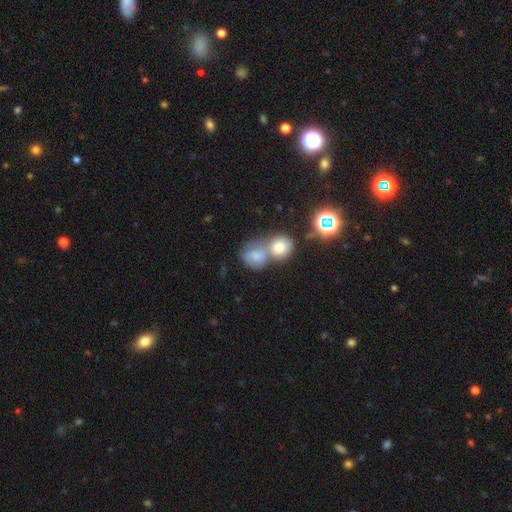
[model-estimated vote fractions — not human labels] Q: Smooth or featured?
A: smooth (68%); runner-up: featured or disk (18%)
Q: How rounded?
A: round (71%); runner-up: in between (28%)
Q: Merging?
A: merger (60%); runner-up: none (25%)